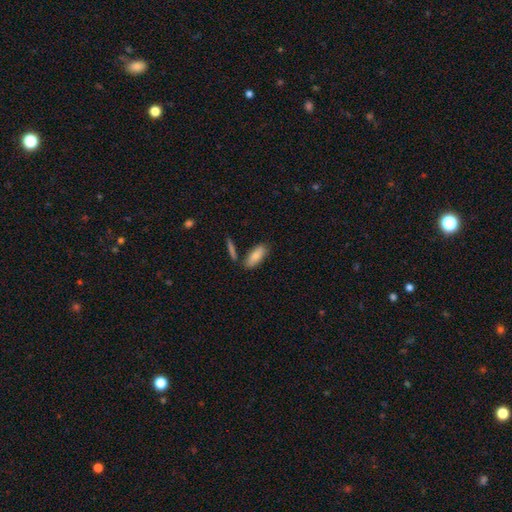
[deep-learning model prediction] Smooth or featured? Predicted: smooth (p=0.84). How rounded? Predicted: in between (p=0.76). Merging? Predicted: none (p=0.76).